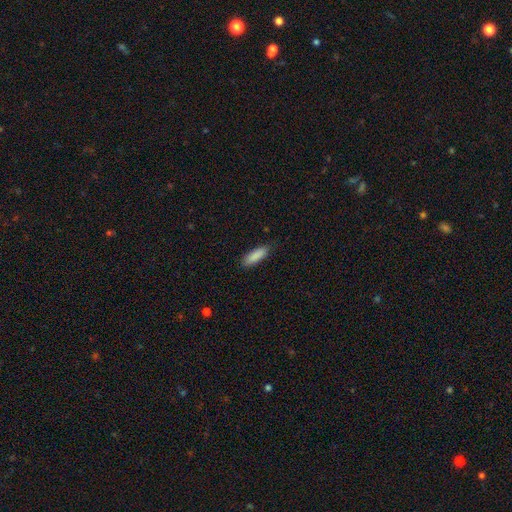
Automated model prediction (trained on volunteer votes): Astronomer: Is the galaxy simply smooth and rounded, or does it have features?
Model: smooth — 89%.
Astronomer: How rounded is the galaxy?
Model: in between — 50% (runner-up: cigar-shaped, 48%).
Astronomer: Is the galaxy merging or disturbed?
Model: none — 84%.